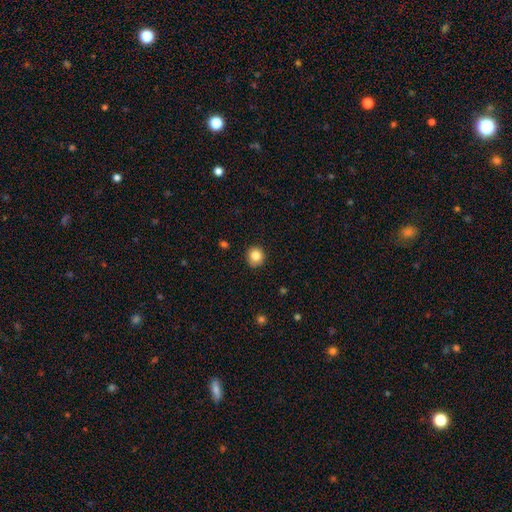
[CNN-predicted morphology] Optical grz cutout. It shows a smooth galaxy with no disk features (84%) that is round (88%). Merging: none (87%).